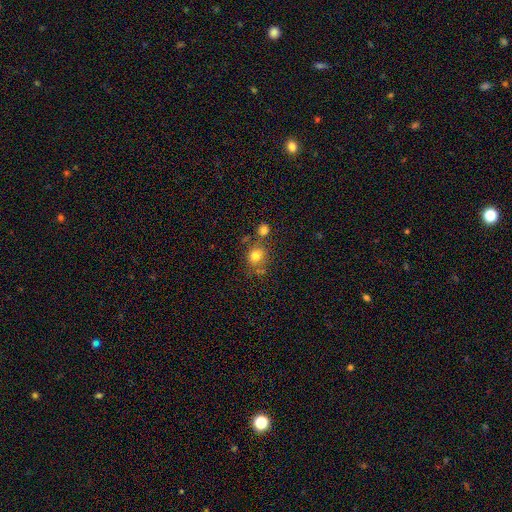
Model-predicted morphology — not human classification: This is likely a smooth galaxy (77%). How rounded: likely round (78%). Merging: likely none (62%).